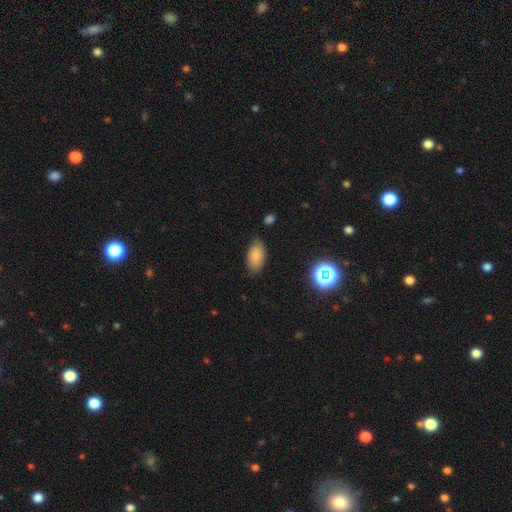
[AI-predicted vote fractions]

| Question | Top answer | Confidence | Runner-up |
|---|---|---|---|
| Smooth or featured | smooth | 83% | star or artifact (10%) |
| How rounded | in between | 93% | round (4%) |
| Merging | none | 78% | minor disturbance (17%) |